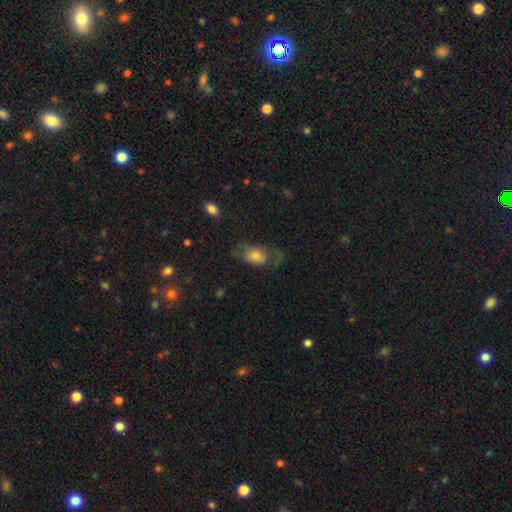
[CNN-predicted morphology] The model was most divided on "merging": none: 45%, major disturbance: 30%, minor disturbance: 23%, merger: 2%. More confident: how rounded — in between (84%); smooth or featured — smooth (63%).